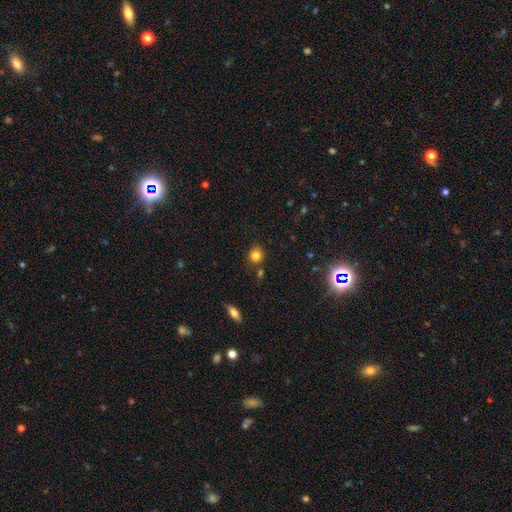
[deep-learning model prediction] Overall: smooth (81%). How rounded: round (86%). Merging: none (79%).